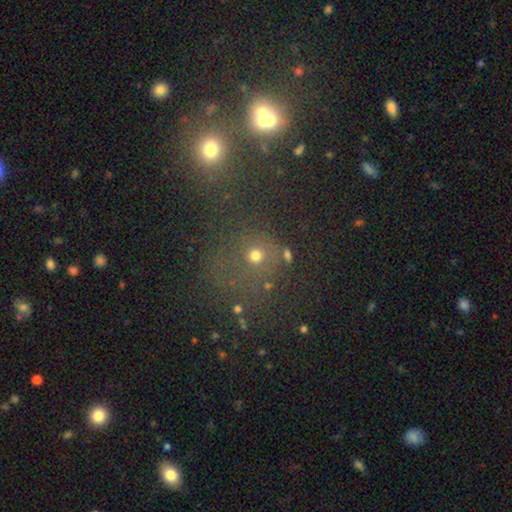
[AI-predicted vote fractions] A smooth galaxy with no disk features (56%) that is round (82%). Merging: none (64%).